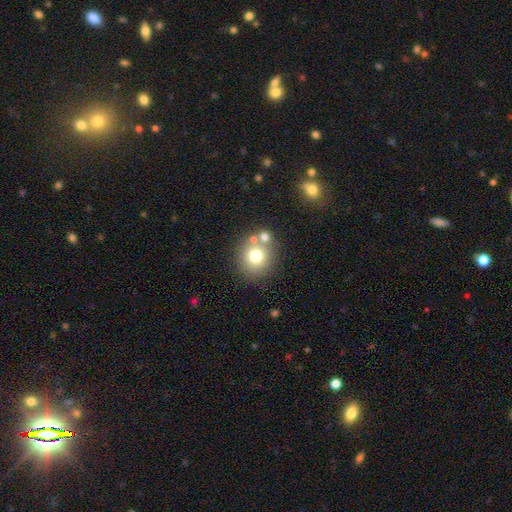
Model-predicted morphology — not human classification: Smooth or featured? smooth (73%)
How rounded? round (86%)
Merging? none (69%)